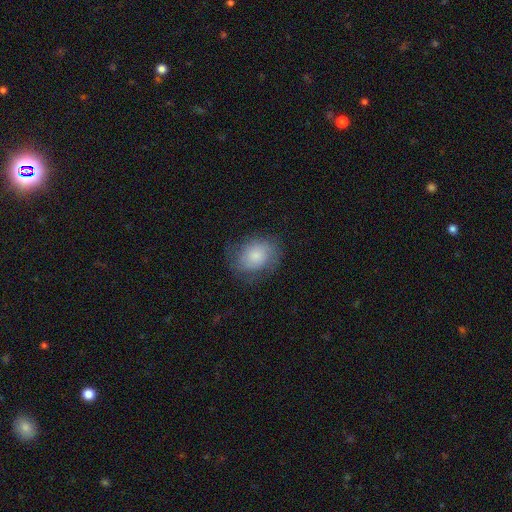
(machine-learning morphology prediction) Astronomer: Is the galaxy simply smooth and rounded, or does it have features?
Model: smooth — 66%.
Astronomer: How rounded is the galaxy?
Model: in between — 55% (runner-up: round, 44%).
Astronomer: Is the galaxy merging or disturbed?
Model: none — 68%.